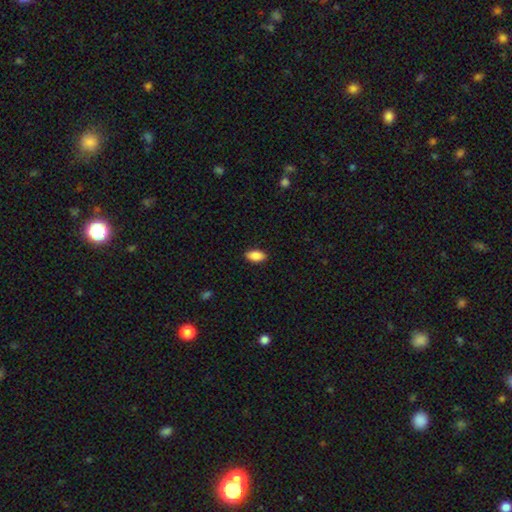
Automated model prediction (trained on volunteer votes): smooth-or-featured: smooth: 89% | star or artifact: 7% | featured or disk: 4%
  how-rounded: in between: 92% | cigar-shaped: 5% | round: 3%
  merging: none: 89% | minor disturbance: 8% | major disturbance: 2% | merger: 1%